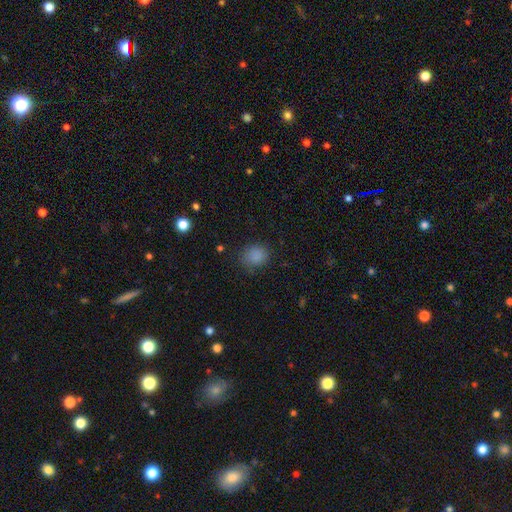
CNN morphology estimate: Smooth or featured?
  - smooth: 84% *
  - star or artifact: 12%
  - featured or disk: 4%
How rounded?
  - round: 66% *
  - in between: 33%
  - cigar-shaped: 1%
Merging?
  - none: 77% *
  - minor disturbance: 17%
  - major disturbance: 5%
  - merger: 1%